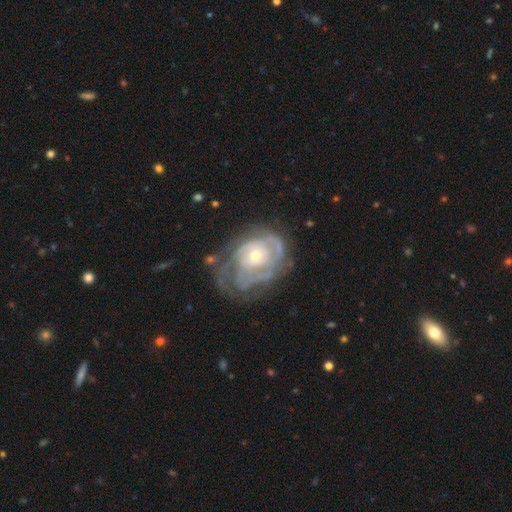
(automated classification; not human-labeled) Morphology: type=featured or disk (81%); edge-on=no (97%); bar=no (75%); spiral arms=yes (82%); winding=tight (64%); arm count=can't tell (50%); bulge=small (54%); merging=none (45%).